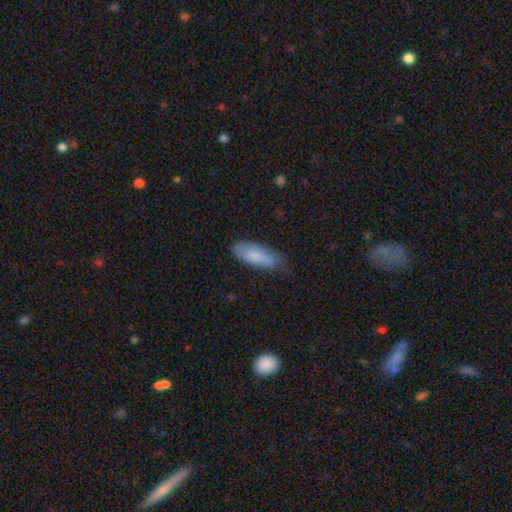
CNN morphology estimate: Overall: smooth (79%). How rounded: in between (66%; cigar-shaped 32%). Merging: none (50%; minor disturbance 38%).